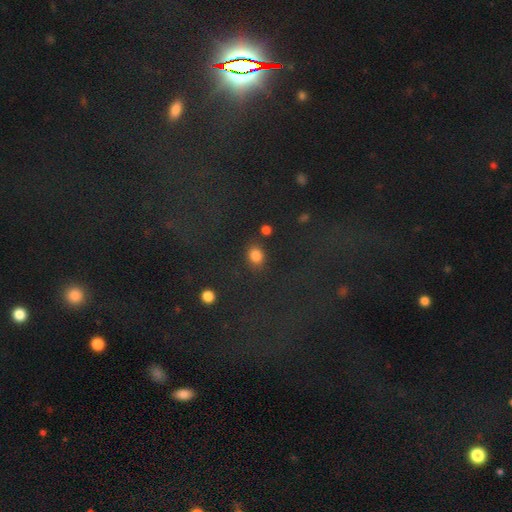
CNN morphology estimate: A smooth galaxy with no disk features (80%) that is in between round and cigar-shaped (50%). Merging: none (79%).